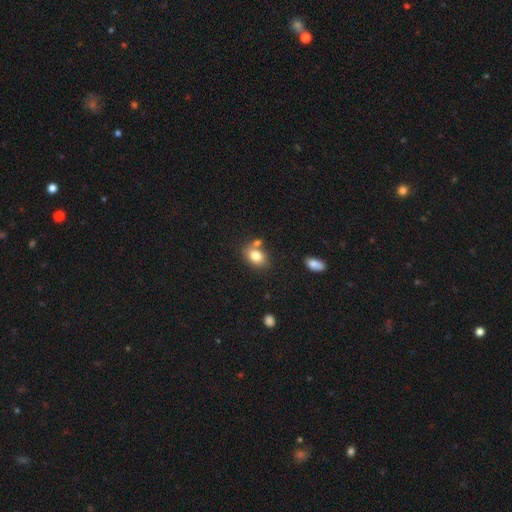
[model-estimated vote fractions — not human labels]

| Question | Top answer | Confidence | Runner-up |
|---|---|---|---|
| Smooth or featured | smooth | 81% | featured or disk (10%) |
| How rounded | in between | 69% | round (29%) |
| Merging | none | 63% | merger (19%) |